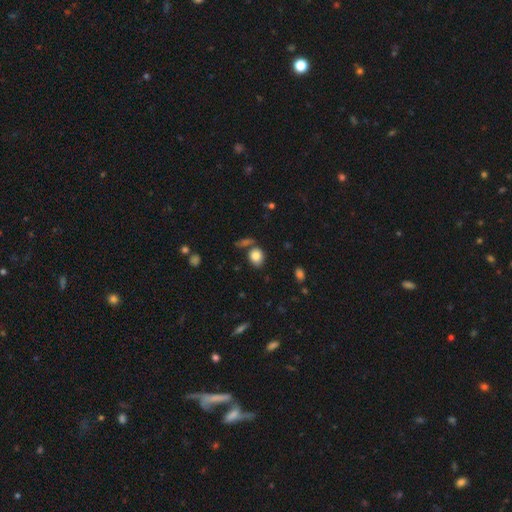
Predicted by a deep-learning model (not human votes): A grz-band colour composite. It shows a smooth galaxy with no disk features (83%) that is in between round and cigar-shaped (50%). Merging: none (68%).